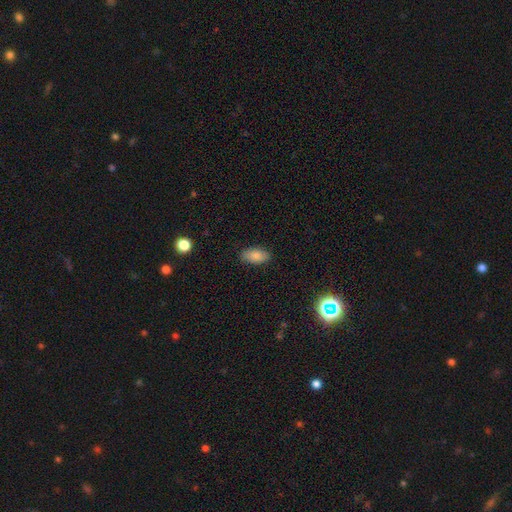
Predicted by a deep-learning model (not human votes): smooth_or_featured: smooth (p=0.84) [alt: star or artifact p=0.08]
how_rounded: in between (p=0.92) [alt: cigar-shaped p=0.04]
merging: none (p=0.86) [alt: minor disturbance p=0.11]